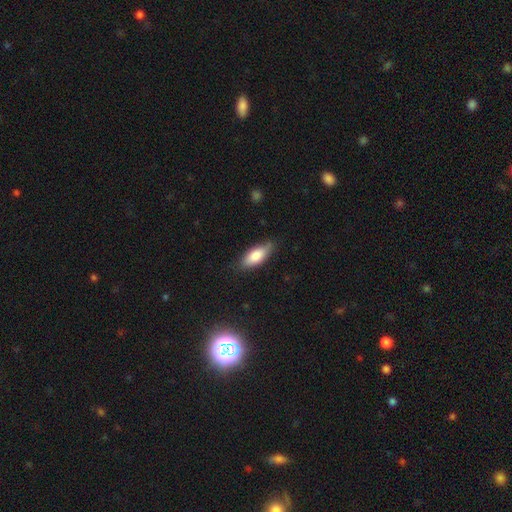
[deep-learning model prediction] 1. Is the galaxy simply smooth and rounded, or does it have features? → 79% smooth, 15% featured or disk, 6% star or artifact.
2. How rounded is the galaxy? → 80% in between, 18% cigar-shaped, 2% round.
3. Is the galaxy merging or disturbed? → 76% none, 19% minor disturbance, 3% major disturbance, 1% merger.